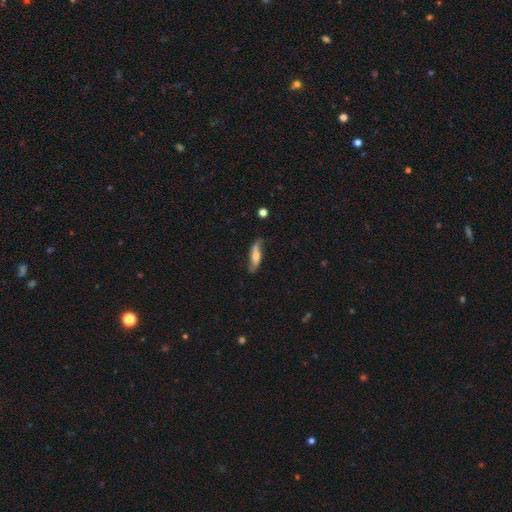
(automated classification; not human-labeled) A featured or disk galaxy (62%). Merging: none (66%).